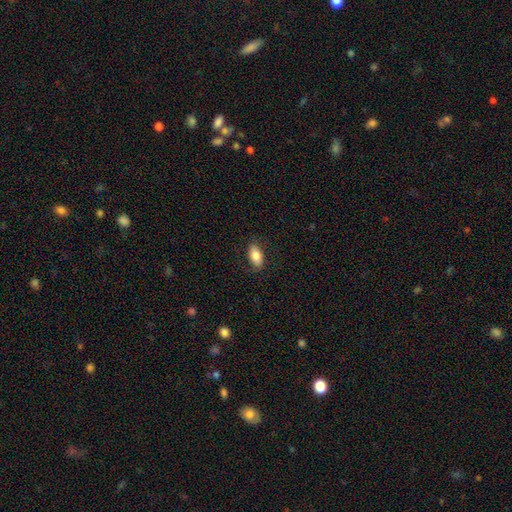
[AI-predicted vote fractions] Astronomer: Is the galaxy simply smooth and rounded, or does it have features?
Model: smooth — 83%.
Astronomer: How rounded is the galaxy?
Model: in between — 90%.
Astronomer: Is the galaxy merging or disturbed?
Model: none — 83%.